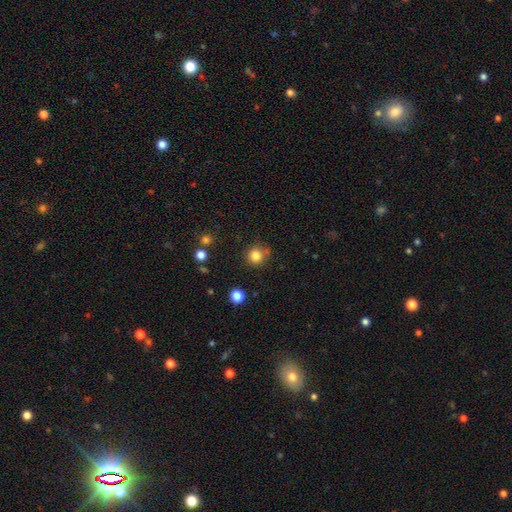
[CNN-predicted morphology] type=smooth (82%); roundness=round (93%); merging=none (80%).